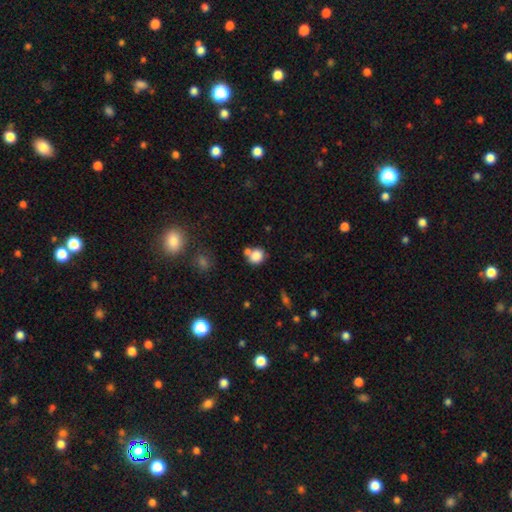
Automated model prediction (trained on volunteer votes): This appears to be a smooth galaxy with no disk features (83%) that is round (77%). Merging: none (53%).